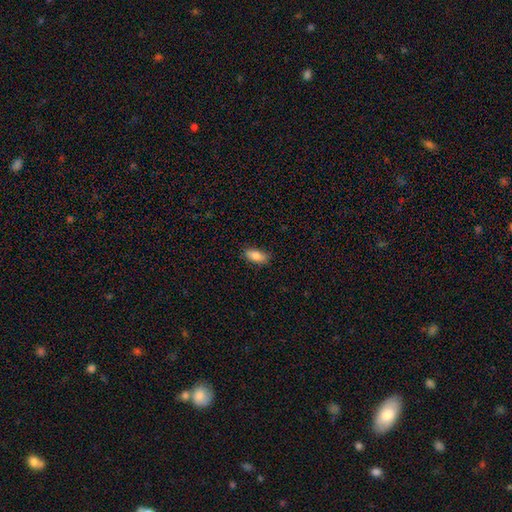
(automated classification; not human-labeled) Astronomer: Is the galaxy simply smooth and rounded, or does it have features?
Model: smooth — 86%.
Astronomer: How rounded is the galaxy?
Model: in between — 87%.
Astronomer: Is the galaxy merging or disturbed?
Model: none — 84%.